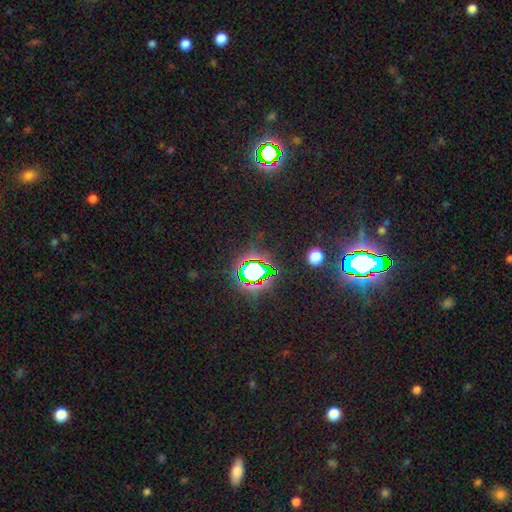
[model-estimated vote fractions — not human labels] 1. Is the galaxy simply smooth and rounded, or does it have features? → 81% star or artifact, 11% smooth, 7% featured or disk.